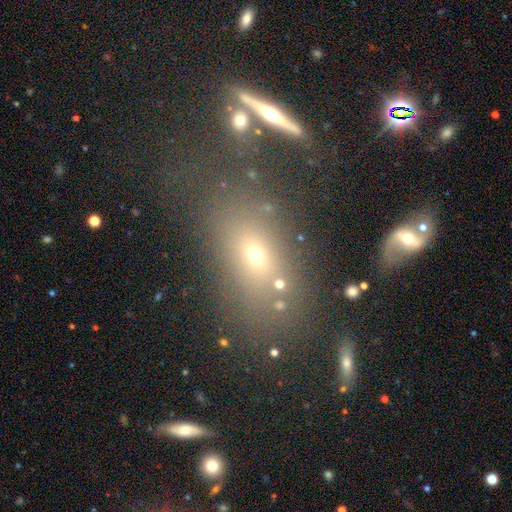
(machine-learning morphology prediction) Smooth or featured: smooth — 60% (star or artifact — 23%)
How rounded: in between — 74% (round — 17%)
Merging: none — 68% (minor disturbance — 14%)